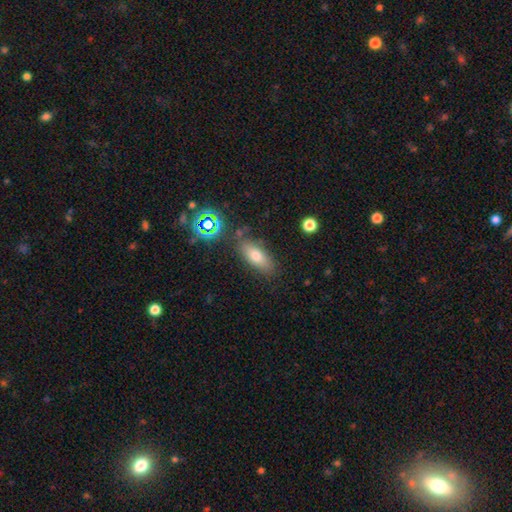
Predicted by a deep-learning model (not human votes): This is likely a smooth galaxy (70%). How rounded: likely in between (74%). Merging: likely none (77%).